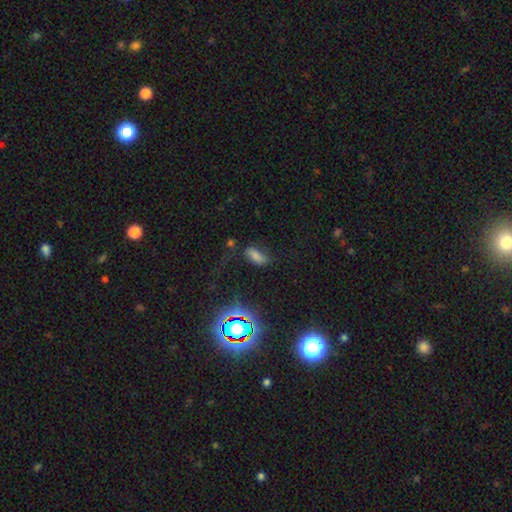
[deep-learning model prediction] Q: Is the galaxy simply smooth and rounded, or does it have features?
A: smooth — 62%.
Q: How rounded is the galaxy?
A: in between — 78%.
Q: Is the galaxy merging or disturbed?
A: none — 56%.